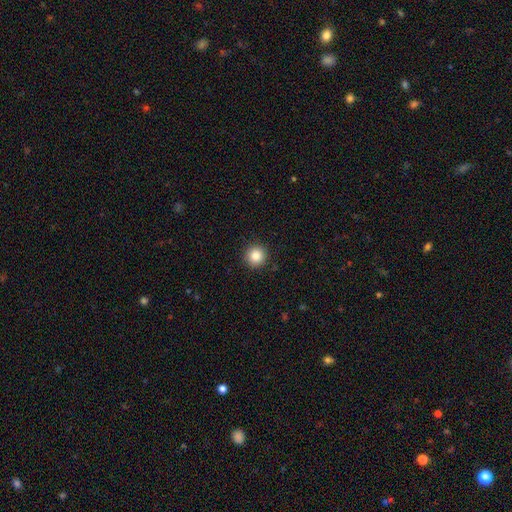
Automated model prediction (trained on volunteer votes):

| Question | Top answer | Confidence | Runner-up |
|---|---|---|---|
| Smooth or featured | smooth | 85% | star or artifact (10%) |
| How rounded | round | 95% | in between (4%) |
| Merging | none | 92% | minor disturbance (5%) |